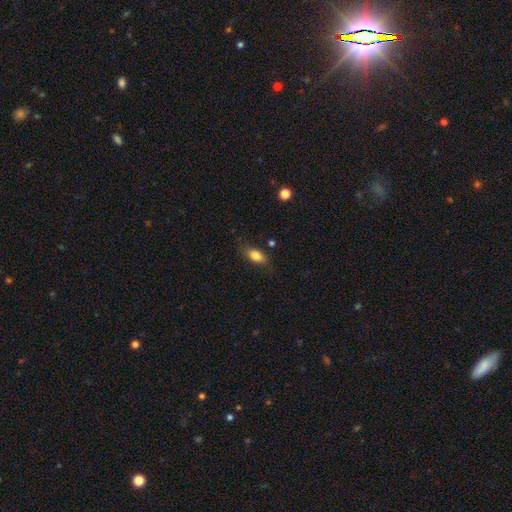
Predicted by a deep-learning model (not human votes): smooth 80%, featured or disk 12%, star or artifact 8%. Down the decision tree: how rounded — in between (84%); merging — none (73%).